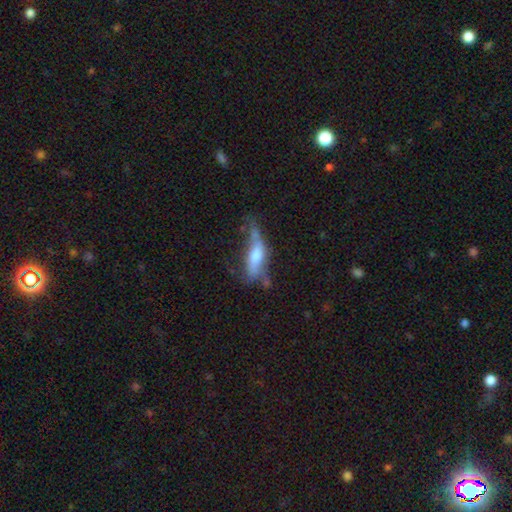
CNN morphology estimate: This appears to be a featured or disk galaxy (51%) viewed edge-on (61%). Merging: none (40%).